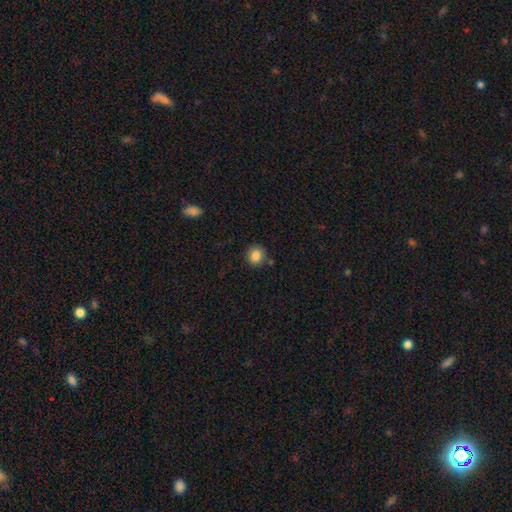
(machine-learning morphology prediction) smooth_or_featured: smooth (p=0.85) [alt: star or artifact p=0.10]
how_rounded: round (p=0.82) [alt: in between p=0.17]
merging: none (p=0.83) [alt: minor disturbance p=0.09]